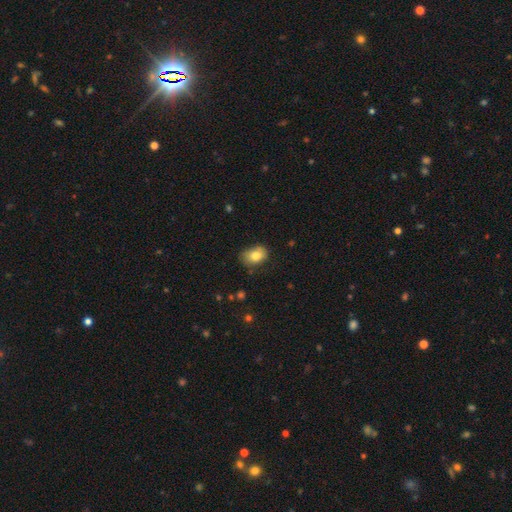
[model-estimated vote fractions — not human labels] Q: Smooth or featured?
A: smooth (81%); runner-up: featured or disk (11%)
Q: How rounded?
A: in between (76%); runner-up: round (23%)
Q: Merging?
A: none (68%); runner-up: minor disturbance (25%)